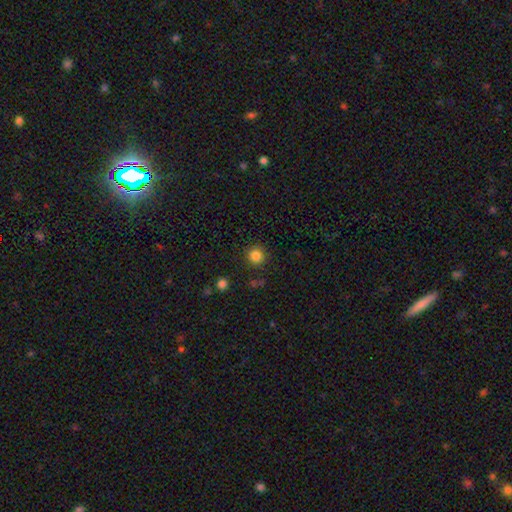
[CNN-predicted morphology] smooth_or_featured: smooth (p=0.84) [alt: star or artifact p=0.11]
how_rounded: round (p=0.93) [alt: in between p=0.06]
merging: none (p=0.89) [alt: minor disturbance p=0.06]